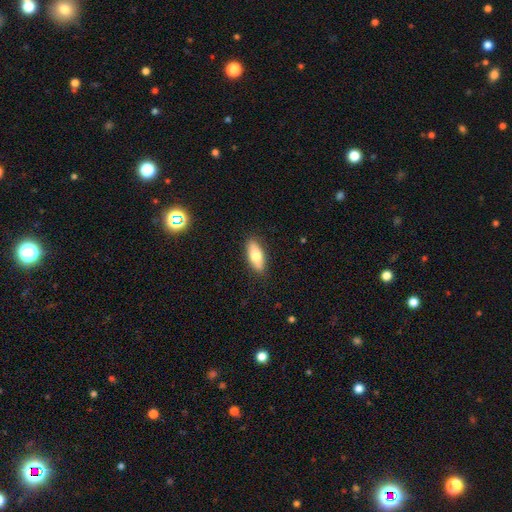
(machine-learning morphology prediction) Overall: smooth (71%). How rounded: in between (80%). Merging: none (88%).